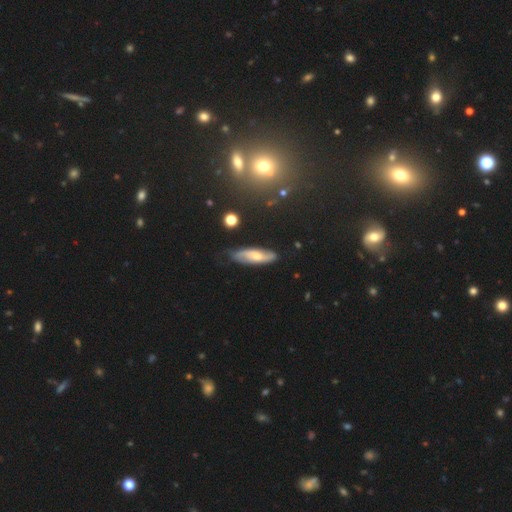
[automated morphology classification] type=featured or disk (56%); edge-on=no (75%); merging=none (78%).